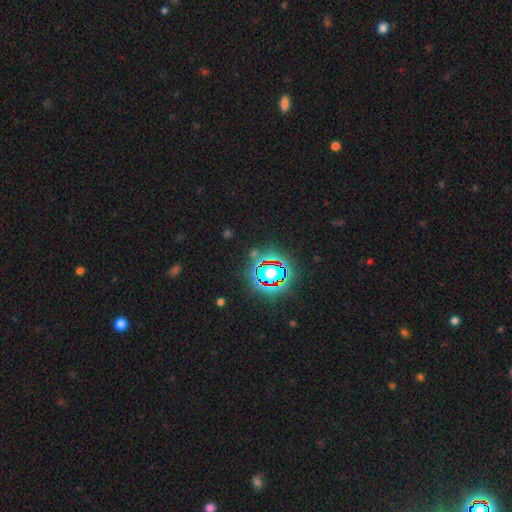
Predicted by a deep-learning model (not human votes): This appears to be a star or artifact, not a galaxy (77%).